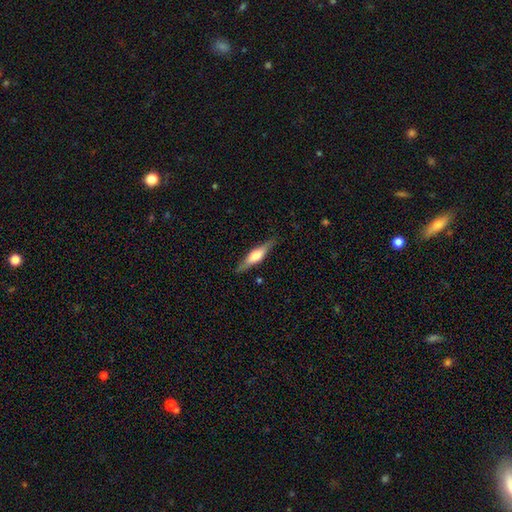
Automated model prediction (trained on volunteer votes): Overall: featured or disk (55%; smooth 40%). Edge-on disk: yes (94%). Edge-on bulge: rounded (80%). Merging: none (85%).